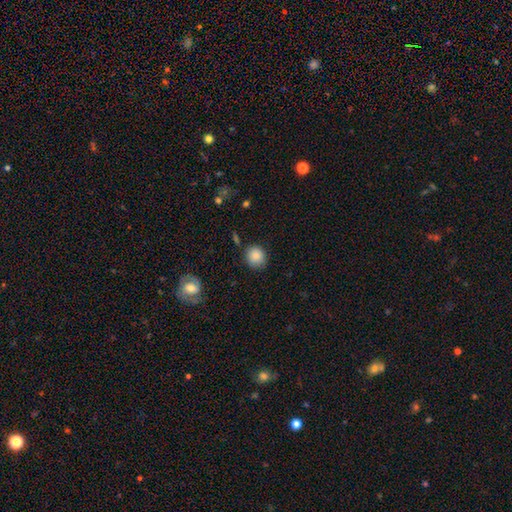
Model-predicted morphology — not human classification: The model was most divided on "how rounded": round: 83%, in between: 16%, cigar-shaped: 1%. More confident: smooth or featured — smooth (84%); merging — none (81%).